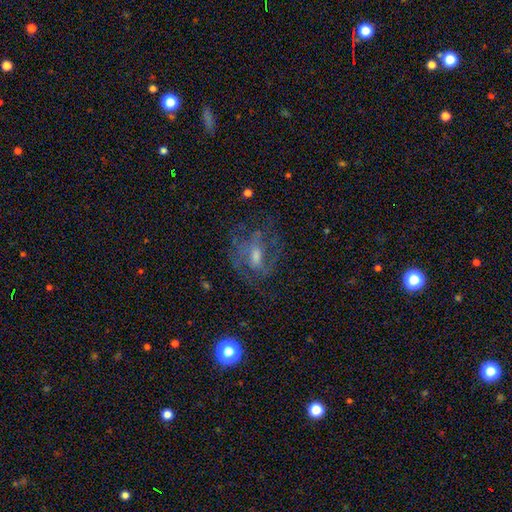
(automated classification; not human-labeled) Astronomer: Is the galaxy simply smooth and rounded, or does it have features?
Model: featured or disk — 68%.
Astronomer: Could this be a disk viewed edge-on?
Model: no — 95%.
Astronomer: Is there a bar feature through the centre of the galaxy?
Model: weak — 46% (runner-up: no, 38%).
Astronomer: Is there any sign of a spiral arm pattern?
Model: yes — 74%.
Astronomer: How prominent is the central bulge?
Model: moderate — 48% (runner-up: small, 33%).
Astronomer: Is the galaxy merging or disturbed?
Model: none — 59%.